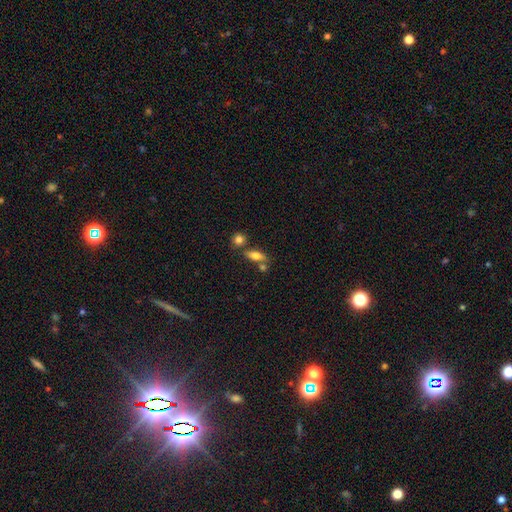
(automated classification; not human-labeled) Morphology: type=smooth (68%); roundness=in between (69%); merging=none (63%).